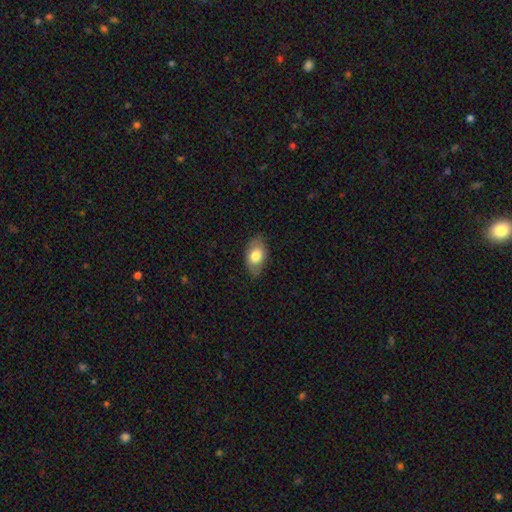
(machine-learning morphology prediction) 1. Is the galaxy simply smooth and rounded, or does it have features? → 75% smooth, 19% featured or disk, 7% star or artifact.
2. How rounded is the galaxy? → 91% in between, 8% round, 1% cigar-shaped.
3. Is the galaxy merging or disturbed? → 81% none, 15% minor disturbance, 3% major disturbance, 1% merger.